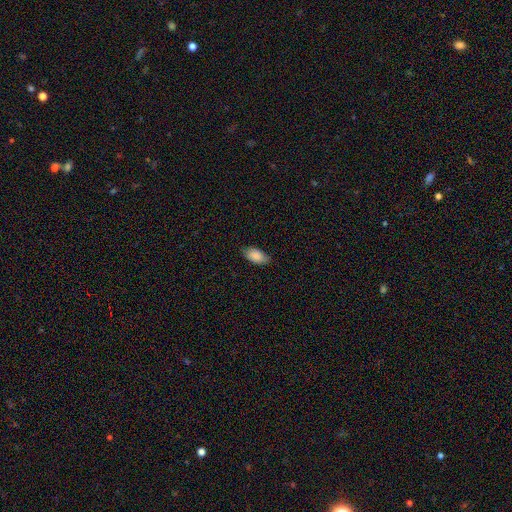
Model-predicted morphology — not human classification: Smooth or featured: smooth — 88% (star or artifact — 6%)
How rounded: in between — 93% (cigar-shaped — 4%)
Merging: none — 80% (minor disturbance — 16%)